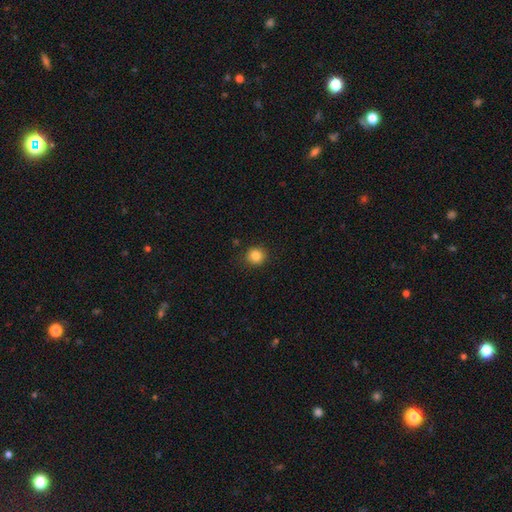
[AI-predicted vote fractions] The model was most divided on "smooth or featured": smooth: 84%, star or artifact: 11%, featured or disk: 5%. More confident: how rounded — round (91%); merging — none (89%).